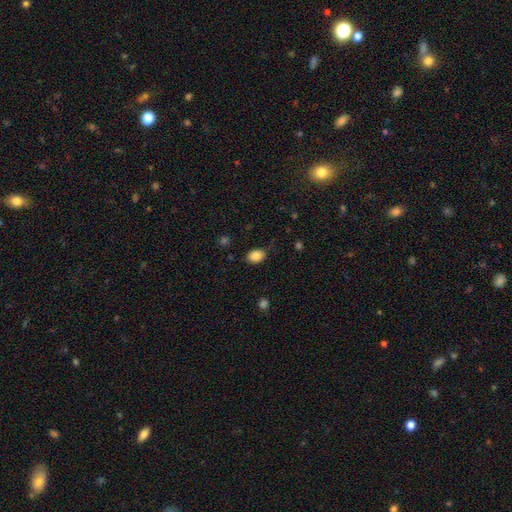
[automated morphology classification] smooth_or_featured: smooth (p=0.86) [alt: star or artifact p=0.08]
how_rounded: in between (p=0.77) [alt: round p=0.22]
merging: none (p=0.81) [alt: minor disturbance p=0.14]